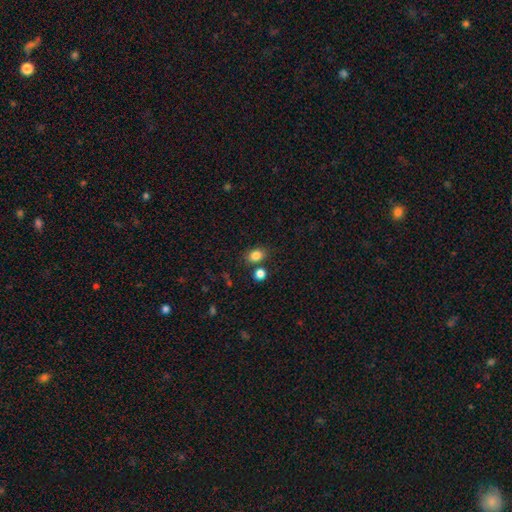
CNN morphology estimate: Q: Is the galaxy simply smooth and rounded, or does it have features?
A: smooth — 83%.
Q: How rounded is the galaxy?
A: in between — 60%.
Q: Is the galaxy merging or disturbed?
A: none — 74%.